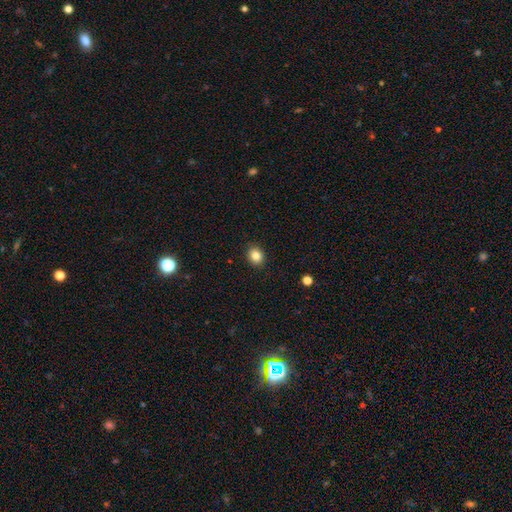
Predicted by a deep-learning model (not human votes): Smooth or featured? Predicted: smooth (p=0.85). How rounded? Predicted: round (p=0.59). Merging? Predicted: none (p=0.90).